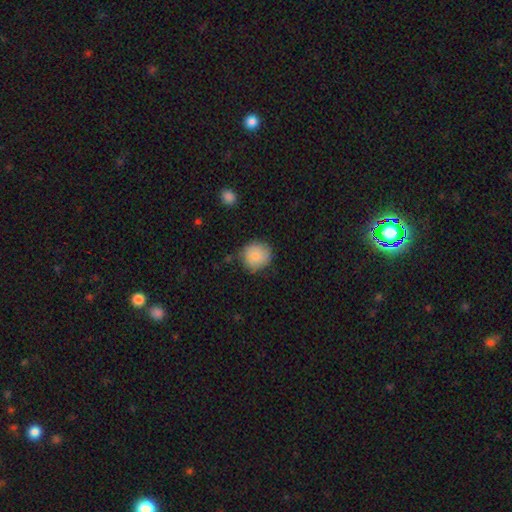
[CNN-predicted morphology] This is clearly a smooth galaxy (86%). How rounded: clearly round (89%). Merging: likely none (77%).